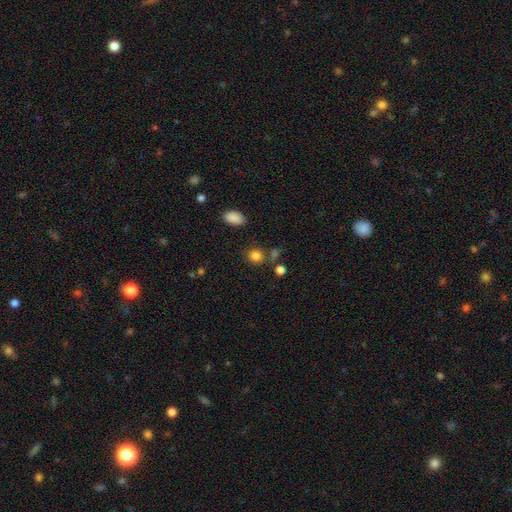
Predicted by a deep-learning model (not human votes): Smooth or featured: smooth — 83% (star or artifact — 12%)
How rounded: round — 77% (in between — 22%)
Merging: none — 74% (minor disturbance — 11%)